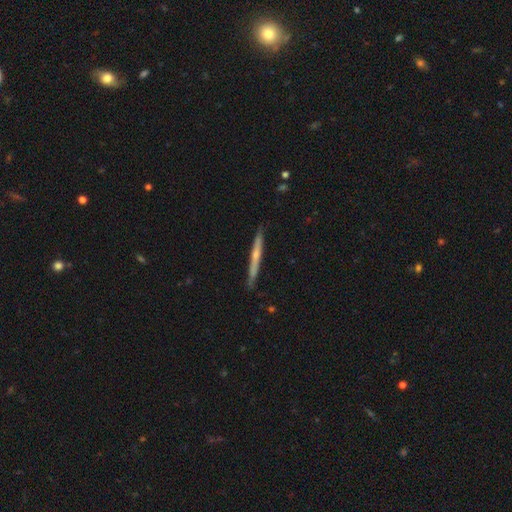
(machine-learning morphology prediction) The model was most divided on "edge-on bulge": none: 51%, rounded: 45%, boxy: 4%. More confident: edge-on disk — yes (97%); merging — none (88%); smooth or featured — featured or disk (58%).